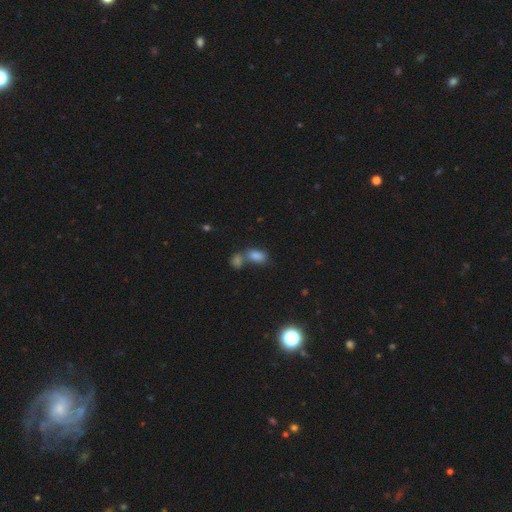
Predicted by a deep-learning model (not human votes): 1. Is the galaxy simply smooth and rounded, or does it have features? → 78% smooth, 15% star or artifact, 8% featured or disk.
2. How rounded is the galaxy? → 87% in between, 10% round, 3% cigar-shaped.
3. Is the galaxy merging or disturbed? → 47% merger, 39% none, 10% minor disturbance, 4% major disturbance.